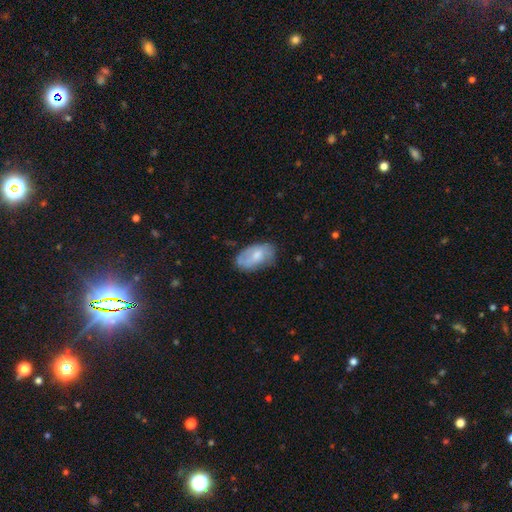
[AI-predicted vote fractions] Smooth or featured? Predicted: smooth (p=0.56). How rounded? Predicted: in between (p=0.93). Merging? Predicted: none (p=0.60).